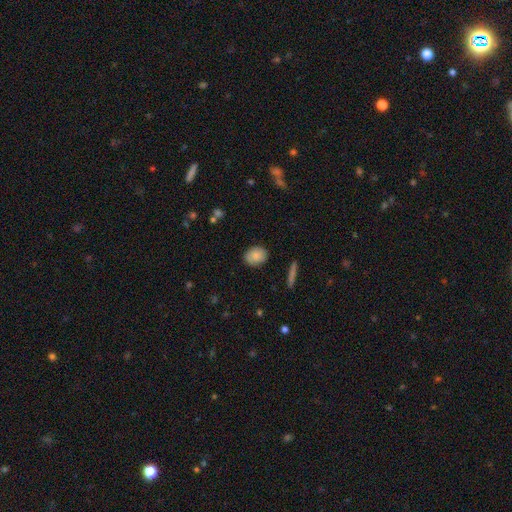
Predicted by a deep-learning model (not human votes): Smooth or featured? Predicted: smooth (p=0.84). How rounded? Predicted: in between (p=0.60). Merging? Predicted: none (p=0.84).